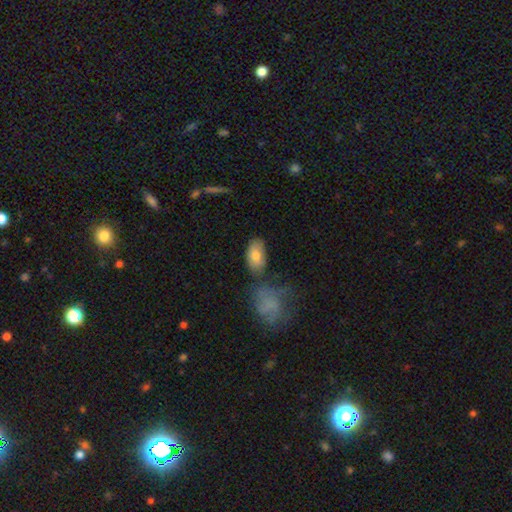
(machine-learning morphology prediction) Q: Smooth or featured?
A: smooth (79%); runner-up: featured or disk (15%)
Q: How rounded?
A: in between (93%); runner-up: round (5%)
Q: Merging?
A: none (62%); runner-up: minor disturbance (18%)